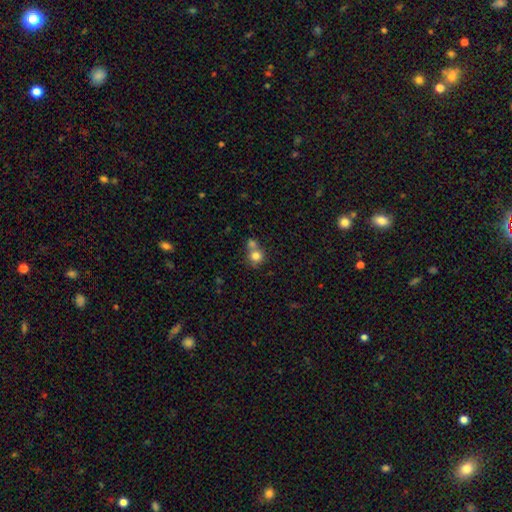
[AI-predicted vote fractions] Smooth or featured? Predicted: smooth (p=0.79). How rounded? Predicted: round (p=0.87). Merging? Predicted: none (p=0.45).